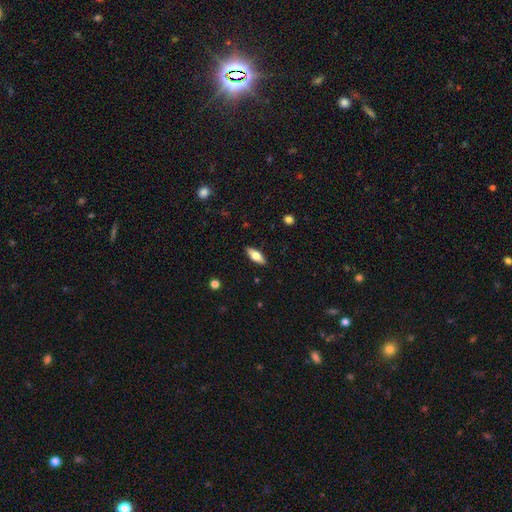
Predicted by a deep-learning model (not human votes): The model was most divided on "smooth or featured": smooth: 59%, featured or disk: 35%, star or artifact: 6%. More confident: merging — none (89%); how rounded — in between (68%).